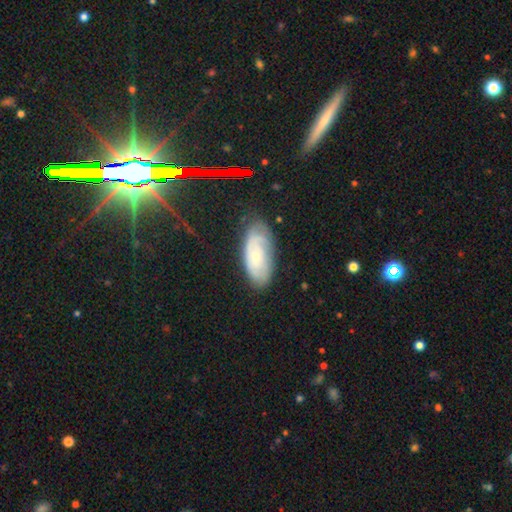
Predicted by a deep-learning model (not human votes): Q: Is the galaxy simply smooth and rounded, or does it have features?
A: featured or disk — 59%.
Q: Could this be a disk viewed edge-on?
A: no — 90%.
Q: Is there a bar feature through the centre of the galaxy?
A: no — 81%.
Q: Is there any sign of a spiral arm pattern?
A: yes — 79%.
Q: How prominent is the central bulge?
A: small — 73%.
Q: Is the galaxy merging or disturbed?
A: none — 70%.